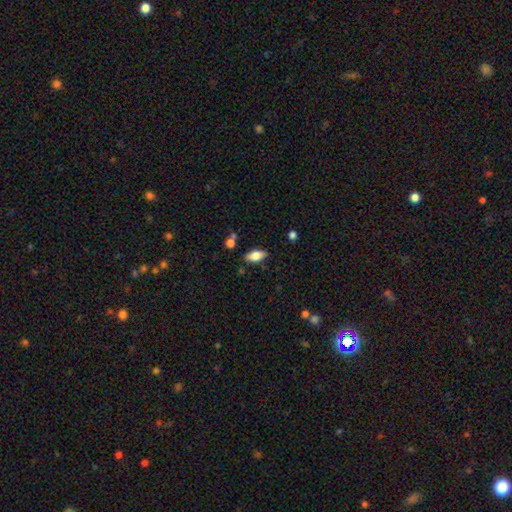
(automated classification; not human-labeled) A smooth galaxy with no disk features (76%) that is in between round and cigar-shaped (87%). Merging: none (83%).